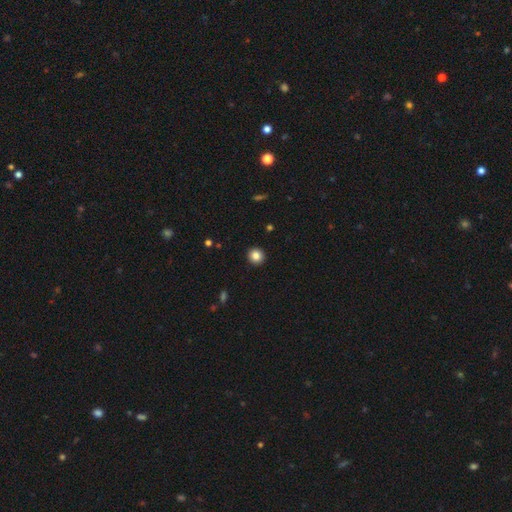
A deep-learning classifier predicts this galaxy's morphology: This appears to be a smooth galaxy with no disk features (84%) that is round (93%). Merging: none (93%).